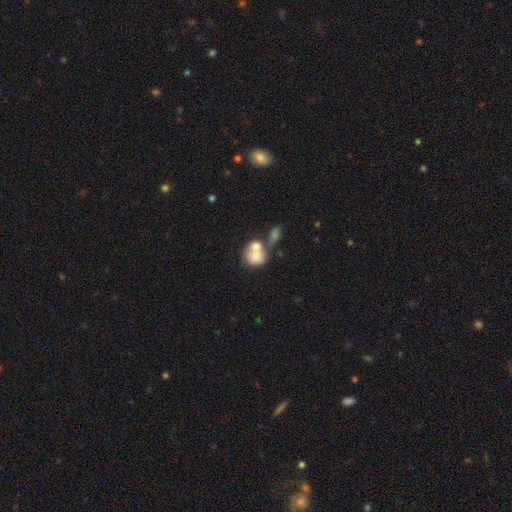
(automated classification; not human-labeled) smooth 71%, featured or disk 22%, star or artifact 8%. Down the decision tree: how rounded — round (64%); merging — merger (65%).